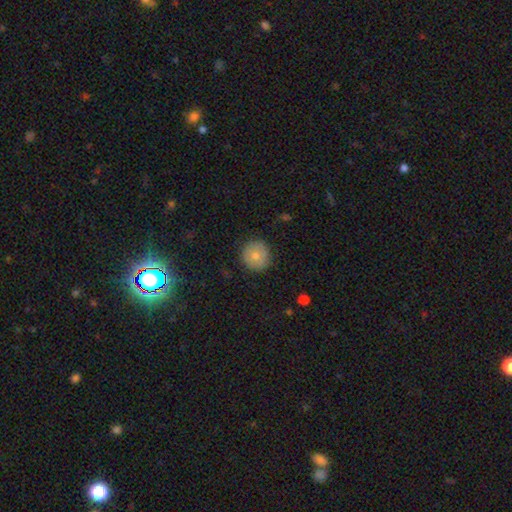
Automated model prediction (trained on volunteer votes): Q: Smooth or featured?
A: smooth (74%); runner-up: featured or disk (18%)
Q: How rounded?
A: round (93%); runner-up: in between (6%)
Q: Merging?
A: none (87%); runner-up: minor disturbance (10%)